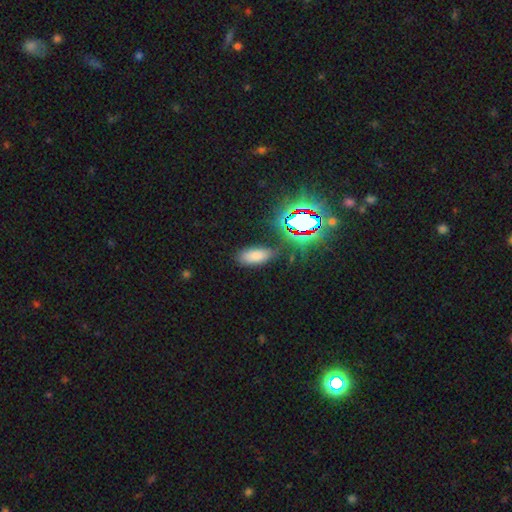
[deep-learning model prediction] This is likely a smooth galaxy (70%). How rounded: clearly in between (86%). Merging: likely none (80%).